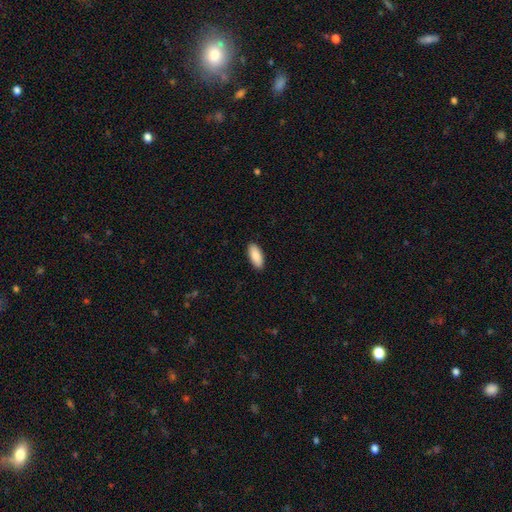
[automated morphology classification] smooth_or_featured: smooth (p=0.89) [alt: star or artifact p=0.05]
how_rounded: in between (p=0.84) [alt: cigar-shaped p=0.14]
merging: none (p=0.91) [alt: minor disturbance p=0.07]